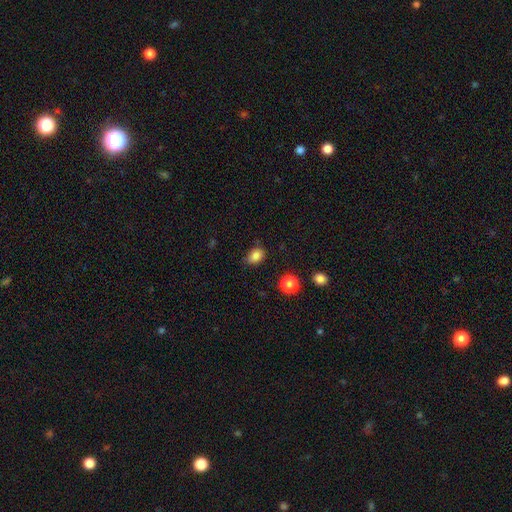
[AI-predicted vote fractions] smooth_or_featured: smooth (p=0.85) [alt: star or artifact p=0.10]
how_rounded: in between (p=0.70) [alt: round p=0.29]
merging: none (p=0.74) [alt: minor disturbance p=0.20]